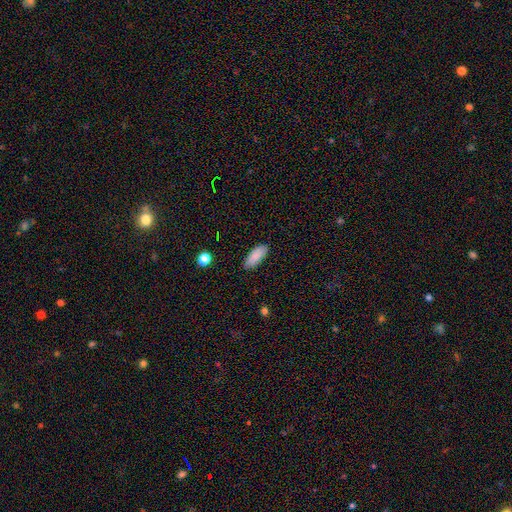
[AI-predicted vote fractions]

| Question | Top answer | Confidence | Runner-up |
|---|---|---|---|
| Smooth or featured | smooth | 88% | star or artifact (7%) |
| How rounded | in between | 81% | cigar-shaped (17%) |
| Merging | none | 86% | minor disturbance (11%) |